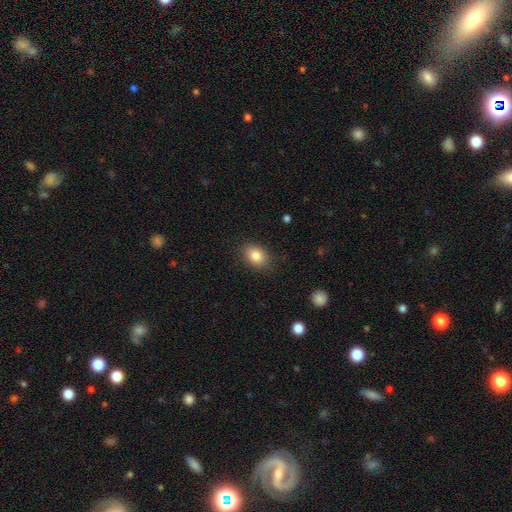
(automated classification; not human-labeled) Overall: smooth (85%). How rounded: in between (73%). Merging: none (84%).